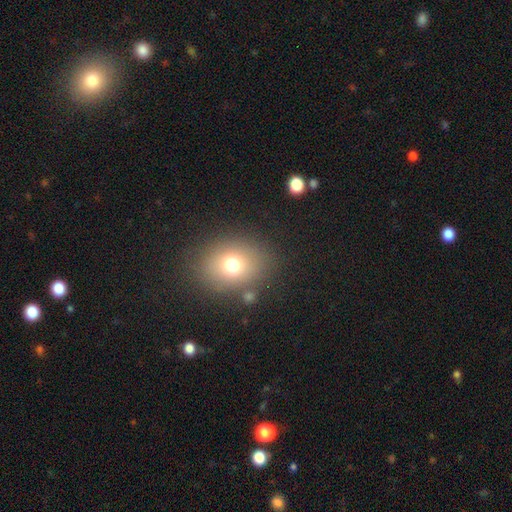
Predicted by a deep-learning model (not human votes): Smooth or featured? smooth (71%)
How rounded? round (50%)
Merging? none (84%)